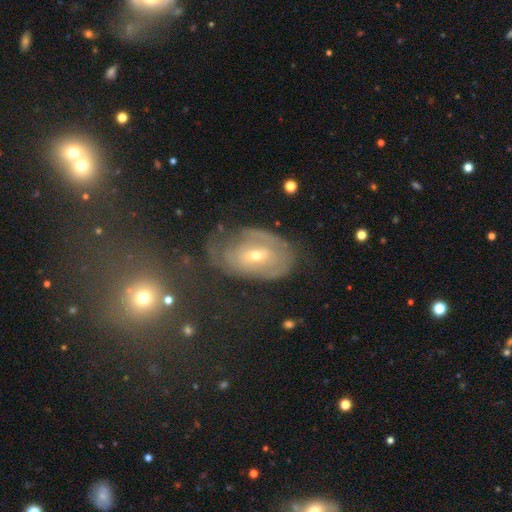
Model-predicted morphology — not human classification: A featured or disk galaxy (72%) with a weak bar (45%), spiral arms (71%) and a small central bulge (52%). Merging: none (49%).